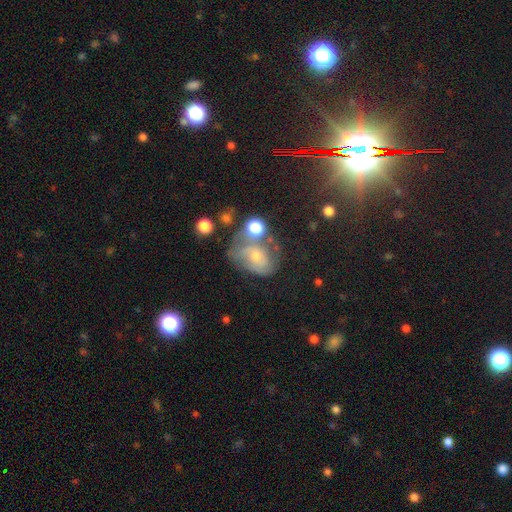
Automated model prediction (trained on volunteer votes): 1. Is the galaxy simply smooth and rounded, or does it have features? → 50% featured or disk, 38% smooth, 12% star or artifact.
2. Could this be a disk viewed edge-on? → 96% no, 4% yes.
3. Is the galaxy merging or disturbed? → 33% none, 25% minor disturbance, 24% major disturbance, 17% merger.